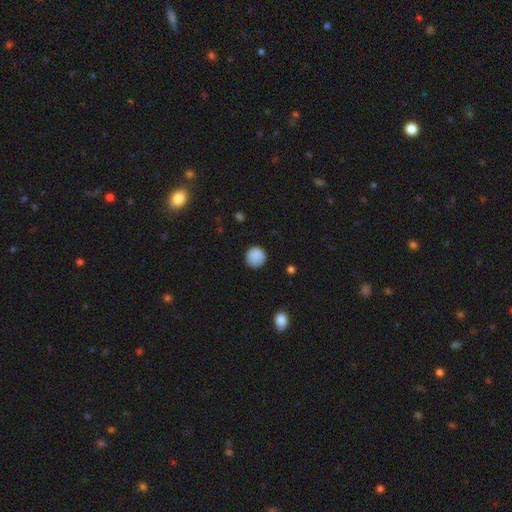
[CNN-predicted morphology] This appears to be a smooth galaxy with no disk features (88%) that is round (94%). Merging: none (86%).